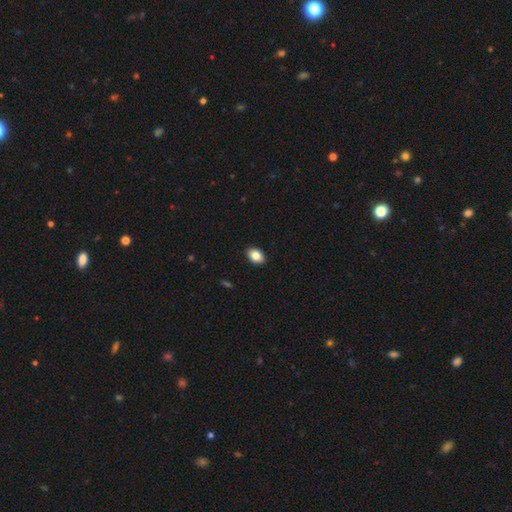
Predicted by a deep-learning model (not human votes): smooth_or_featured: smooth (p=0.85) [alt: star or artifact p=0.08]
how_rounded: in between (p=0.85) [alt: round p=0.14]
merging: none (p=0.91) [alt: minor disturbance p=0.07]